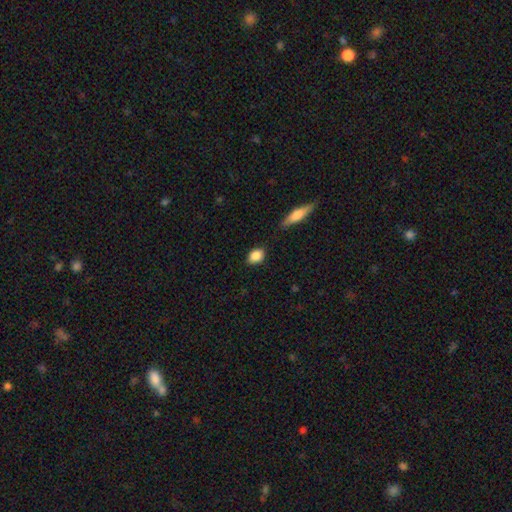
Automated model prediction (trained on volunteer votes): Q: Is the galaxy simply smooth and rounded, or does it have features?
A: smooth — 86%.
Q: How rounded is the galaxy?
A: in between — 68%.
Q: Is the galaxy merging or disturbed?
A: none — 82%.